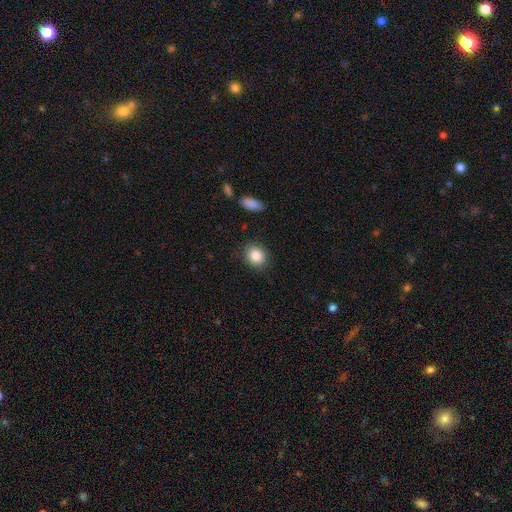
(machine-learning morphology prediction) A smooth galaxy with no disk features (86%) that is round (60%). Merging: none (86%).